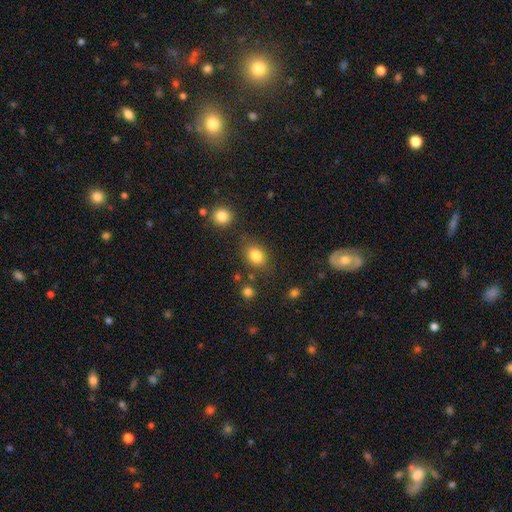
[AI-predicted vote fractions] Morphology: type=smooth (83%); roundness=in between (63%); merging=none (77%).